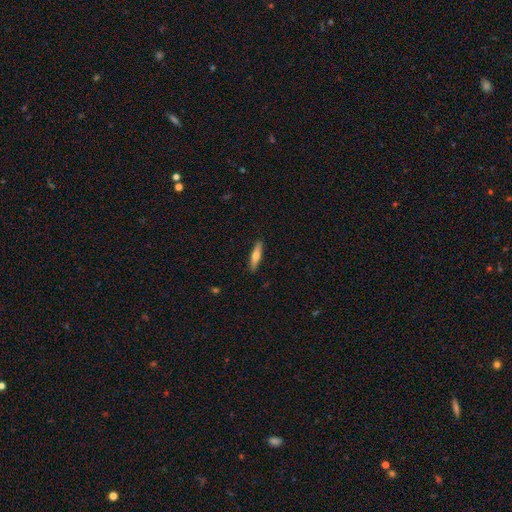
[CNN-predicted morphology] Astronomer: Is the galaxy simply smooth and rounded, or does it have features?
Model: smooth — 56% (runner-up: featured or disk, 39%).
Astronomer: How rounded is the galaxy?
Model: cigar-shaped — 81%.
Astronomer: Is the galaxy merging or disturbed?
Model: none — 90%.